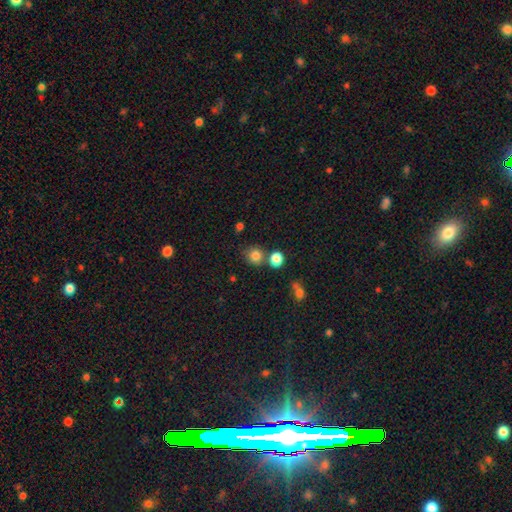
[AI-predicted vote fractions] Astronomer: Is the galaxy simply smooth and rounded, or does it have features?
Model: smooth — 81%.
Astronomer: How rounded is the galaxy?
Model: round — 87%.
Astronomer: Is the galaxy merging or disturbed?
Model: none — 70%.